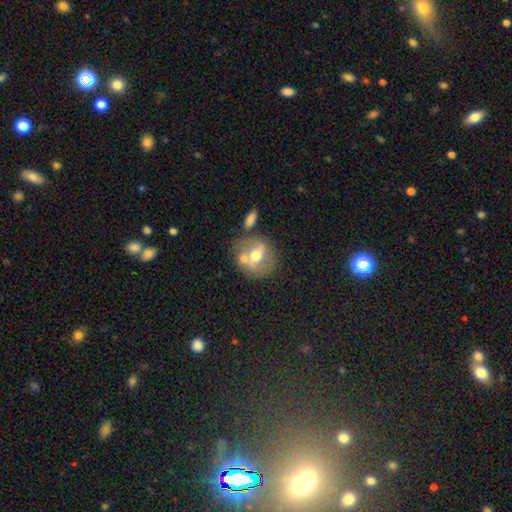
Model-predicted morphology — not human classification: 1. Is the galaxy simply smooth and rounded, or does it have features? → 50% featured or disk, 42% smooth, 8% star or artifact.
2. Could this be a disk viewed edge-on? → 91% no, 9% yes.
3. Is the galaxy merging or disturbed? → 56% none, 24% merger, 14% minor disturbance, 6% major disturbance.